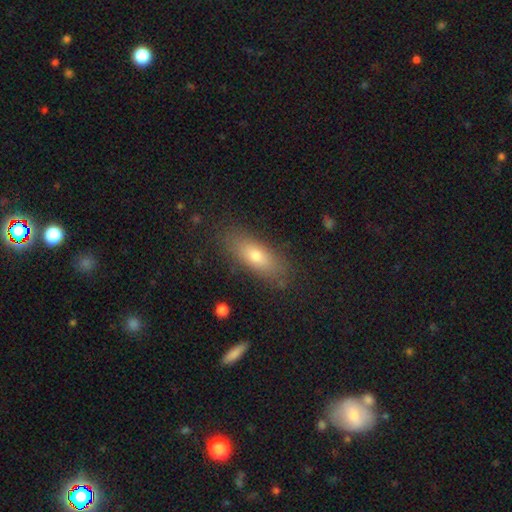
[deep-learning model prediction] Morphology: type=smooth (72%); roundness=in between (66%); merging=none (83%).